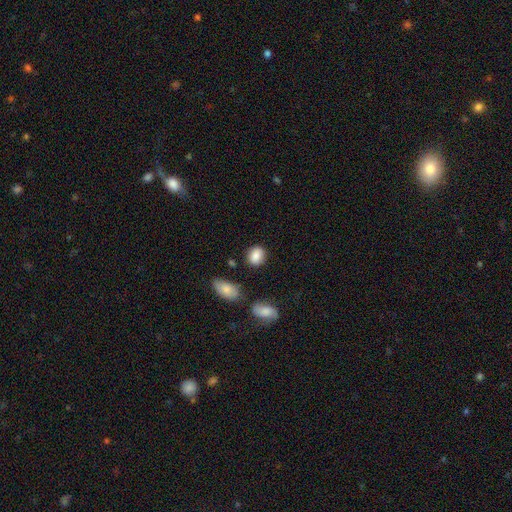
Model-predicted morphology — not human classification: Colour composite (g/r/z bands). It shows a smooth galaxy with no disk features (86%) that is round (55%). Merging: none (83%).